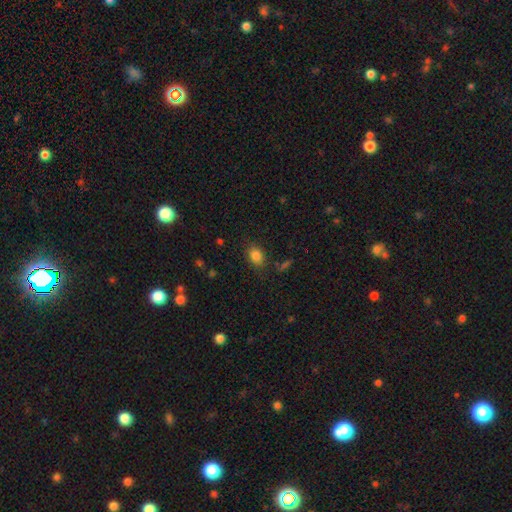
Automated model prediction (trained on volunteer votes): This is clearly a smooth galaxy (82%). How rounded: likely in between (67%). Merging: clearly none (80%).